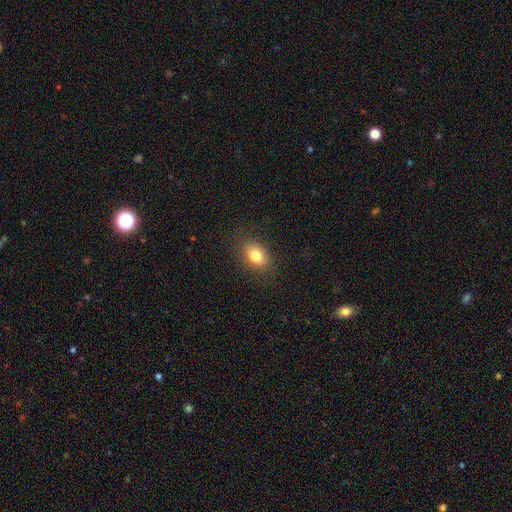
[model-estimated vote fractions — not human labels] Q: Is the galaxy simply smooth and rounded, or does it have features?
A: smooth — 82%.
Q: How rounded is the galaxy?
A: in between — 82%.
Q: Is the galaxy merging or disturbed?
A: none — 86%.